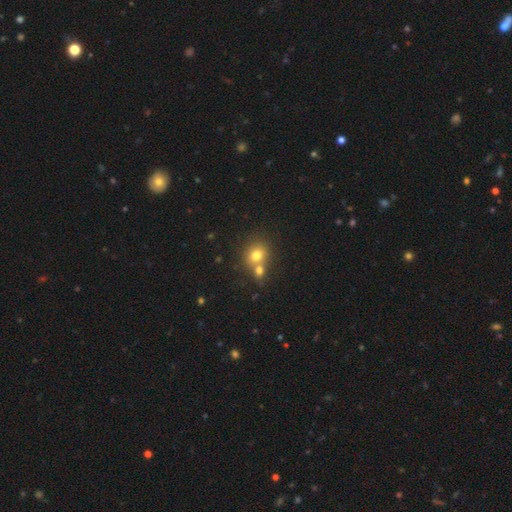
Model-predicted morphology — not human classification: Q: Smooth or featured?
A: smooth (75%); runner-up: featured or disk (12%)
Q: How rounded?
A: round (75%); runner-up: in between (24%)
Q: Merging?
A: merger (49%); runner-up: none (40%)